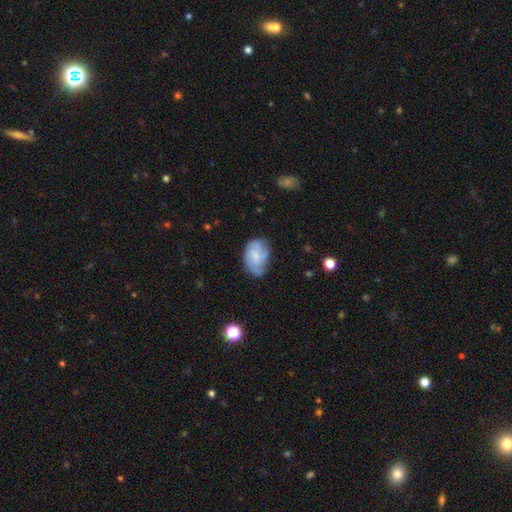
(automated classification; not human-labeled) Smooth or featured: featured or disk — 59% (smooth — 34%)
Edge-on disk: no — 97% (yes — 3%)
Bar: no — 57% (weak — 38%)
Spiral arms: yes — 86% (no — 14%)
Bulge size: small — 55% (moderate — 27%)
Merging: none — 61% (minor disturbance — 27%)